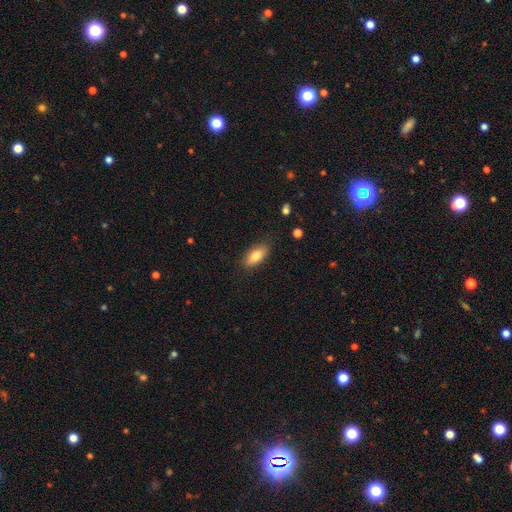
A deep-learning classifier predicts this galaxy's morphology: This appears to be a smooth galaxy with no disk features (80%) that is in between round and cigar-shaped (84%). Merging: none (83%).